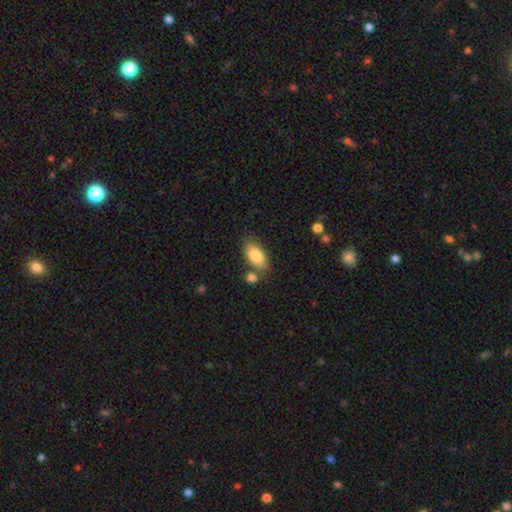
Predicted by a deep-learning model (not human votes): This appears to be a smooth galaxy with no disk features (82%) that is in between round and cigar-shaped (92%). Merging: none (67%).